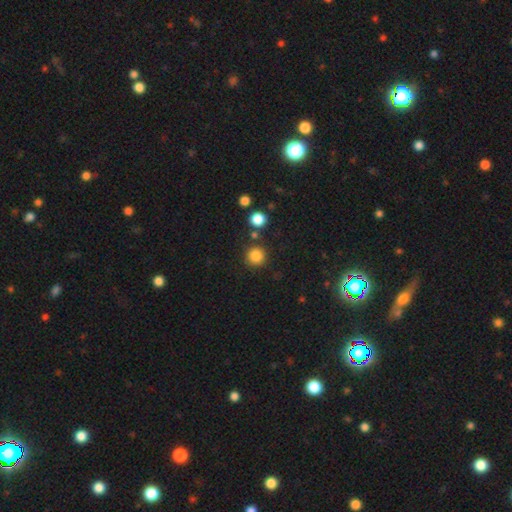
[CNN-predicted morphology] Smooth or featured? Predicted: smooth (p=0.85). How rounded? Predicted: round (p=0.93). Merging? Predicted: none (p=0.85).